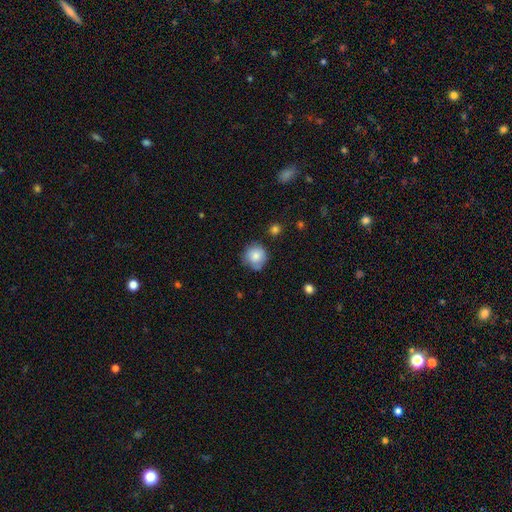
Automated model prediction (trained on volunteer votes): Q: Smooth or featured?
A: smooth (81%); runner-up: featured or disk (11%)
Q: How rounded?
A: round (91%); runner-up: in between (8%)
Q: Merging?
A: none (70%); runner-up: minor disturbance (21%)